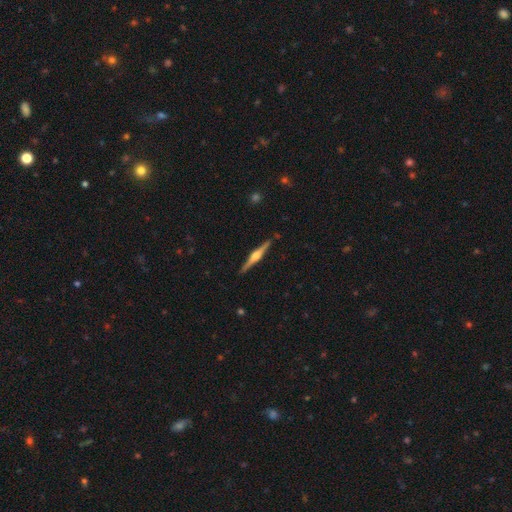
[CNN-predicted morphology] Smooth or featured? Predicted: featured or disk (p=0.81). Edge-on disk? Predicted: yes (p=0.99). Edge-on bulge? Predicted: rounded (p=0.88). Merging? Predicted: none (p=0.91).